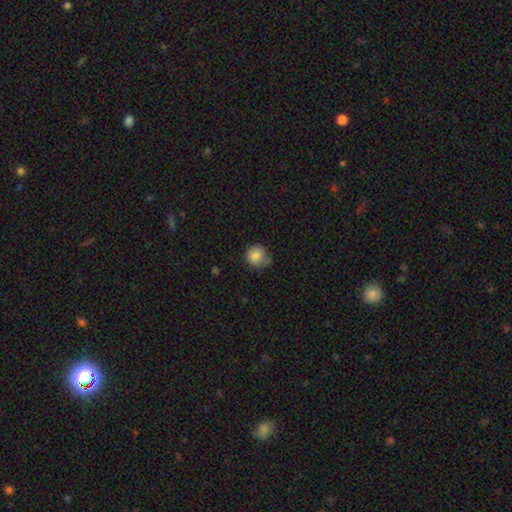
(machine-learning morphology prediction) smooth-or-featured: smooth: 83% | star or artifact: 9% | featured or disk: 8%
  how-rounded: round: 83% | in between: 16% | cigar-shaped: 1%
  merging: none: 55% | minor disturbance: 35% | major disturbance: 8% | merger: 2%